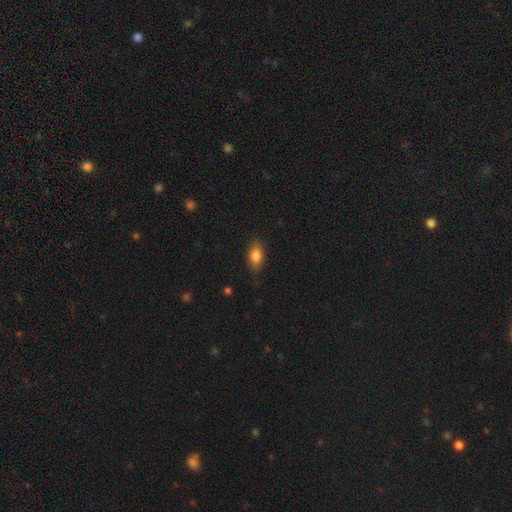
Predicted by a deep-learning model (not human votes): smooth 79%, featured or disk 13%, star or artifact 8%. Down the decision tree: how rounded — in between (84%); merging — none (80%).